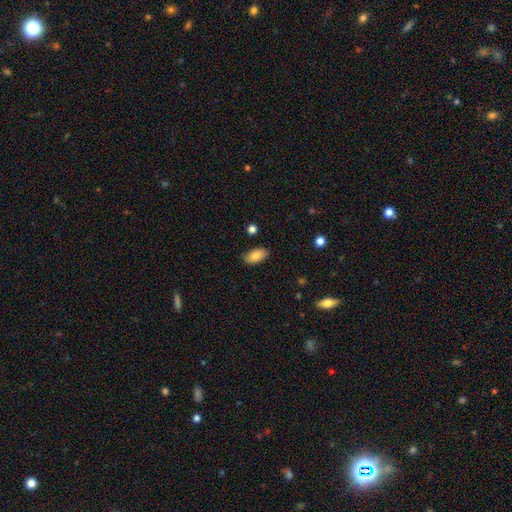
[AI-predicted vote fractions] smooth-or-featured: smooth: 85% | featured or disk: 8% | star or artifact: 7%
  how-rounded: in between: 92% | cigar-shaped: 5% | round: 3%
  merging: none: 85% | minor disturbance: 12% | major disturbance: 2% | merger: 1%